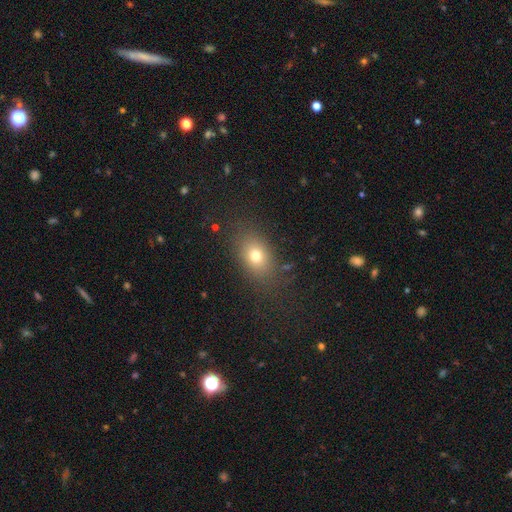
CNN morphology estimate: smooth_or_featured: smooth (p=0.74) [alt: star or artifact p=0.13]
how_rounded: in between (p=0.70) [alt: round p=0.28]
merging: none (p=0.80) [alt: minor disturbance p=0.12]